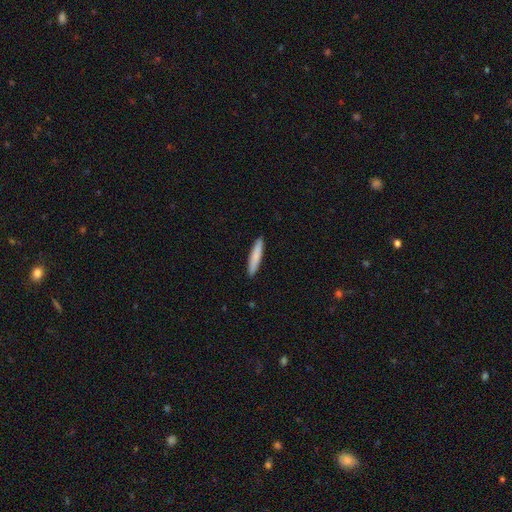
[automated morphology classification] smooth-or-featured: smooth: 82% | featured or disk: 13% | star or artifact: 5%
  how-rounded: cigar-shaped: 90% | in between: 9% | round: 1%
  merging: none: 91% | minor disturbance: 7% | major disturbance: 1% | merger: 1%